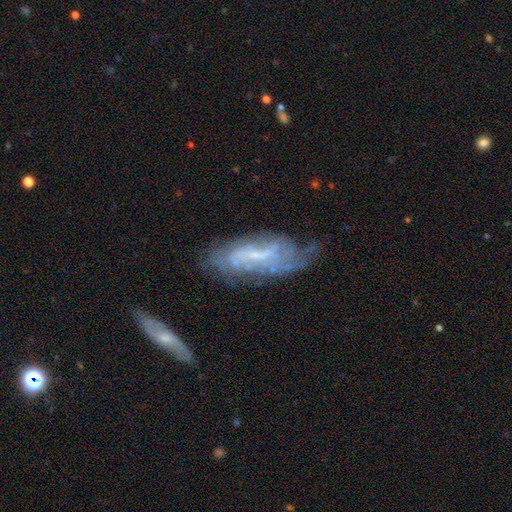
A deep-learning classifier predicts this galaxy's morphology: This appears to be a featured or disk galaxy (69%) with a weak bar (46%), spiral arms (79%) and a small central bulge (48%). Merging: none (53%).